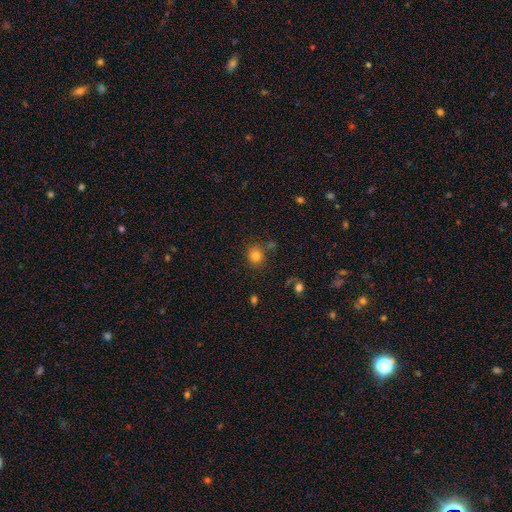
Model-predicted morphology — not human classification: smooth_or_featured: smooth (p=0.79) [alt: star or artifact p=0.13]
how_rounded: round (p=0.77) [alt: in between p=0.22]
merging: none (p=0.79) [alt: minor disturbance p=0.11]